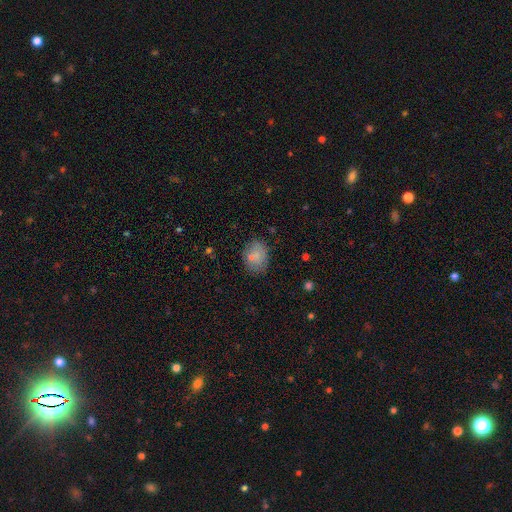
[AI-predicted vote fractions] smooth 78%, featured or disk 12%, star or artifact 10%. Down the decision tree: how rounded — in between (65%); merging — none (73%).